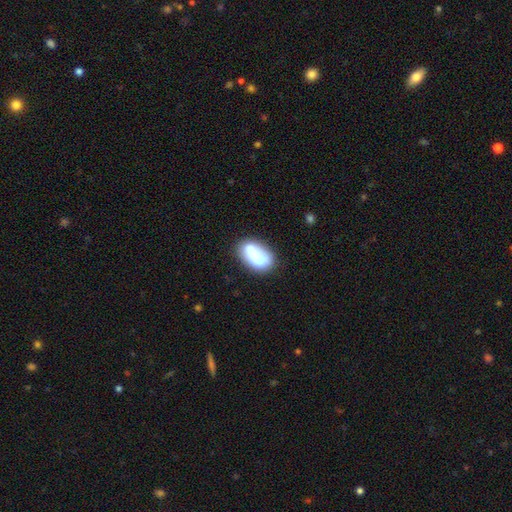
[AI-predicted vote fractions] Morphology: type=smooth (72%); roundness=in between (89%); merging=none (55%).